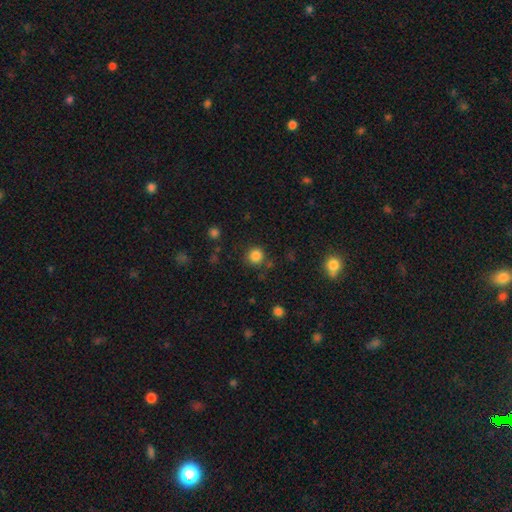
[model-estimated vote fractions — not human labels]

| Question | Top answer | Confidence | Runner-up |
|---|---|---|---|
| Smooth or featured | smooth | 84% | star or artifact (12%) |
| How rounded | round | 93% | in between (6%) |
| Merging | none | 83% | minor disturbance (10%) |